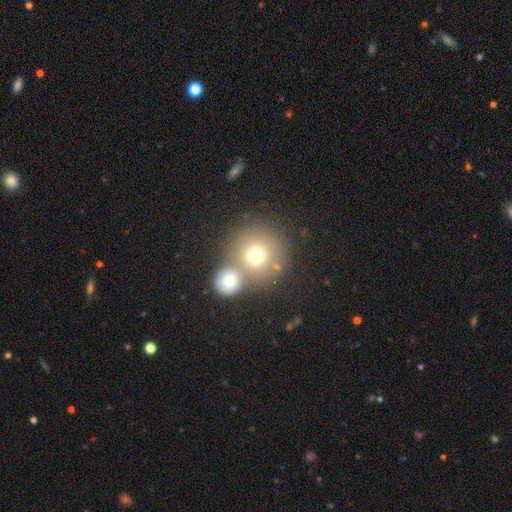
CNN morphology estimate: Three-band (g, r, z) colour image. It shows a smooth galaxy with no disk features (72%) that is round (92%). Merging: none (52%).